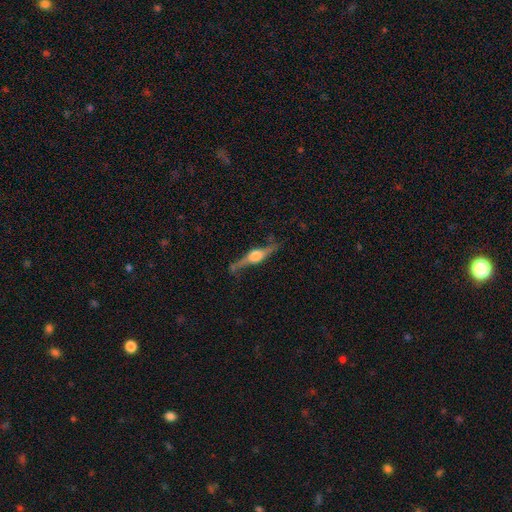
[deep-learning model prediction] smooth_or_featured: featured or disk (p=0.80) [alt: smooth p=0.14]
disk_edge_on: yes (p=0.96) [alt: no p=0.04]
edge_on_bulge: rounded (p=0.92) [alt: boxy p=0.06]
merging: none (p=0.76) [alt: minor disturbance p=0.16]